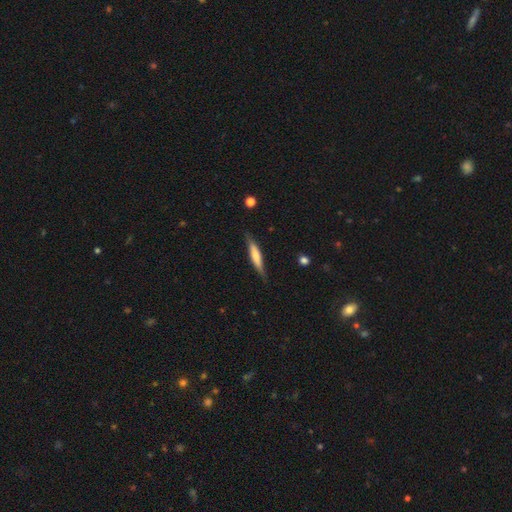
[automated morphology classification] A smooth galaxy with no disk features (58%) that is cigar-shaped (87%). Merging: none (80%).